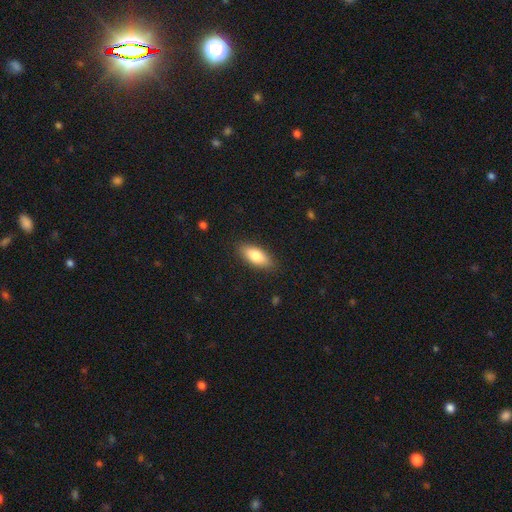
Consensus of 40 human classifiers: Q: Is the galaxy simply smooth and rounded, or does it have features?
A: smooth — 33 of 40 (82%).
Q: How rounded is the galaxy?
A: in between — 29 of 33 (88%).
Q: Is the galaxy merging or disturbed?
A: none — 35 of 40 (88%).